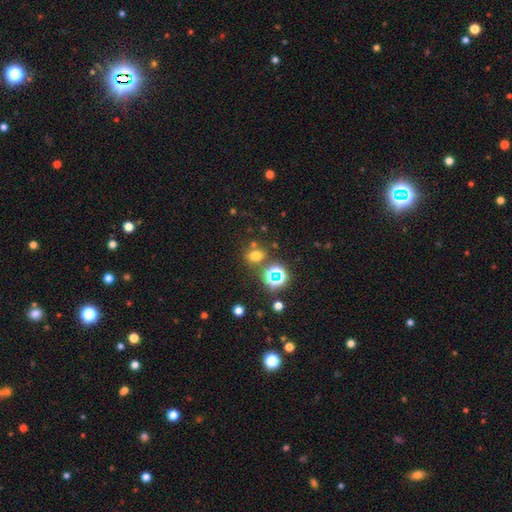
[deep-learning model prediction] Overall: smooth (64%; star or artifact 28%). How rounded: in between (55%; round 43%). Merging: none (74%).